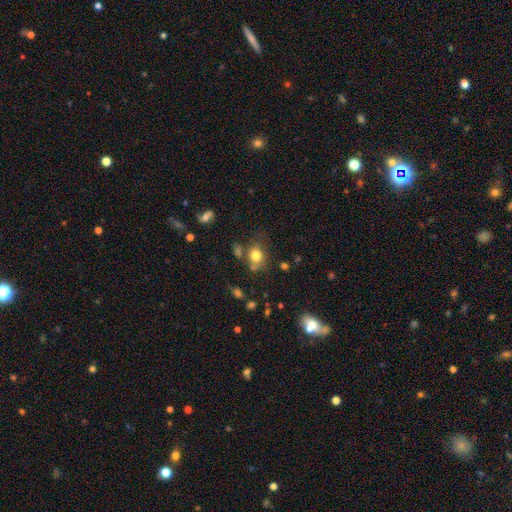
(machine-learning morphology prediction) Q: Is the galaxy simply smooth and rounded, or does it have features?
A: smooth — 78%.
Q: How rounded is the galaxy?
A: round — 54%.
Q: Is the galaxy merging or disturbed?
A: none — 60%.